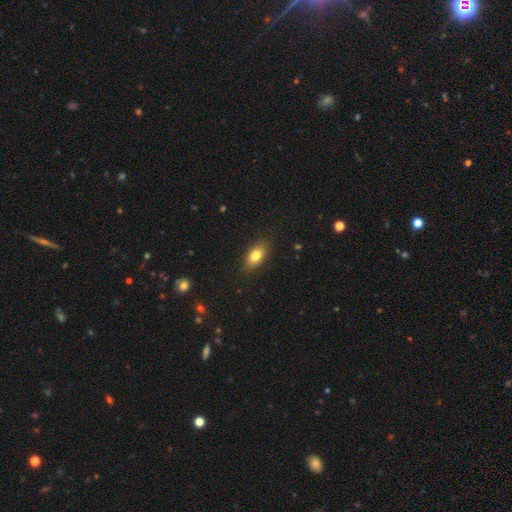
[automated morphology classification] Q: Smooth or featured?
A: smooth (78%); runner-up: featured or disk (14%)
Q: How rounded?
A: in between (84%); runner-up: cigar-shaped (8%)
Q: Merging?
A: none (87%); runner-up: minor disturbance (10%)